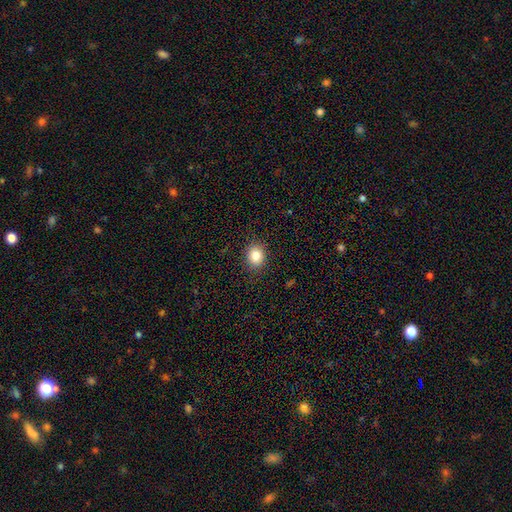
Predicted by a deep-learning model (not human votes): Smooth or featured: smooth — 83% (star or artifact — 11%)
How rounded: round — 64% (in between — 35%)
Merging: none — 89% (minor disturbance — 8%)